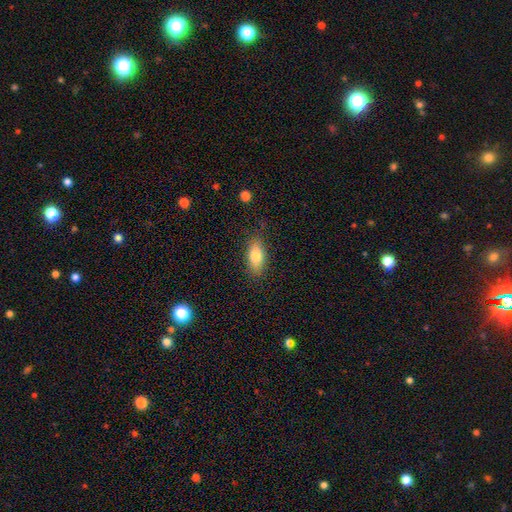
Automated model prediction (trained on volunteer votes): Overall: smooth (80%). How rounded: in between (83%). Merging: none (82%).